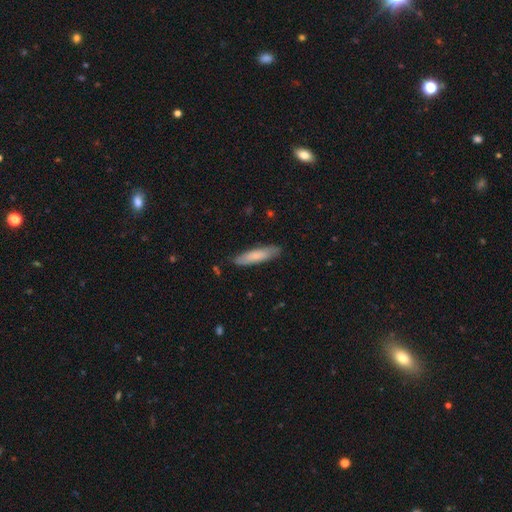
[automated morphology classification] Smooth or featured: smooth — 73% (featured or disk — 21%)
How rounded: cigar-shaped — 73% (in between — 26%)
Merging: none — 84% (minor disturbance — 13%)